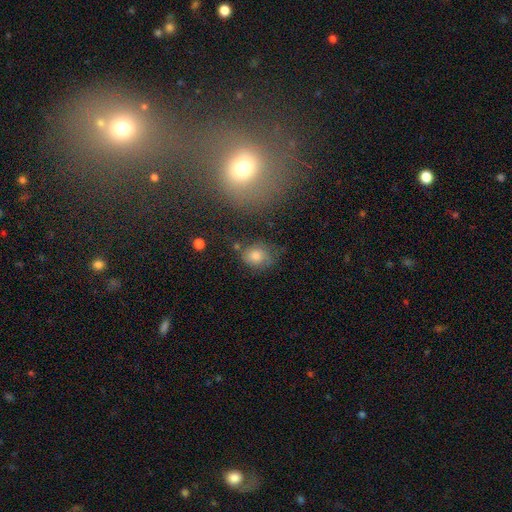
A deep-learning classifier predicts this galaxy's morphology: Smooth or featured?
  - smooth: 72% *
  - featured or disk: 15%
  - star or artifact: 13%
How rounded?
  - round: 55% *
  - in between: 44%
  - cigar-shaped: 1%
Merging?
  - none: 60% *
  - minor disturbance: 24%
  - major disturbance: 10%
  - merger: 6%